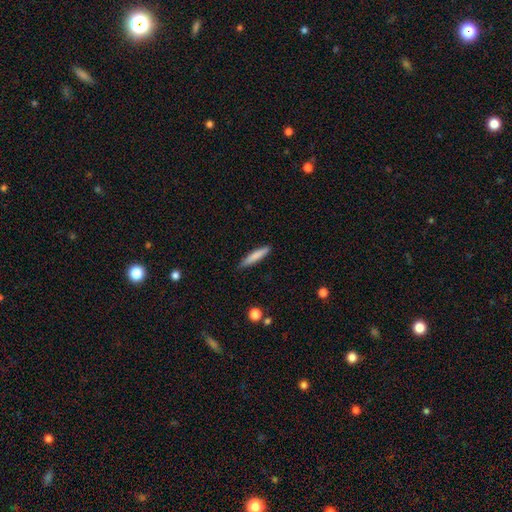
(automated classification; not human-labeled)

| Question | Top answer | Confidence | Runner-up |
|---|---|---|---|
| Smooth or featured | smooth | 79% | featured or disk (15%) |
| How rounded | cigar-shaped | 89% | in between (9%) |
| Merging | none | 86% | minor disturbance (11%) |